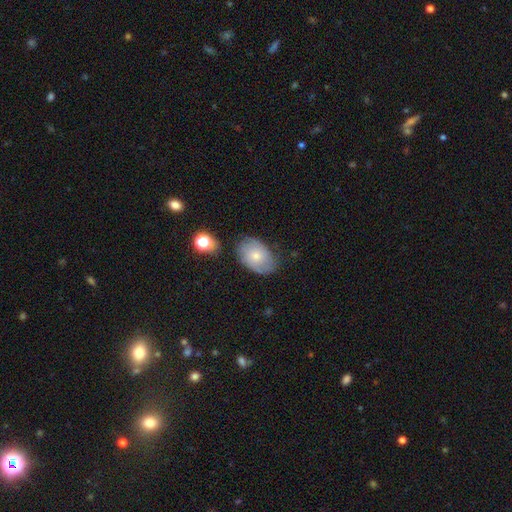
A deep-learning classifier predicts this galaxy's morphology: Q: Smooth or featured?
A: smooth (58%); runner-up: featured or disk (33%)
Q: How rounded?
A: in between (84%); runner-up: round (15%)
Q: Merging?
A: none (68%); runner-up: minor disturbance (23%)